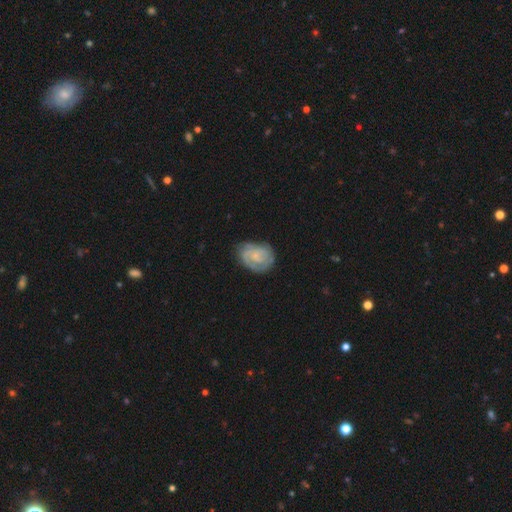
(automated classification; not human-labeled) Smooth or featured? Predicted: featured or disk (p=0.75). Edge-on disk? Predicted: no (p=0.98). Bar? Predicted: no (p=0.61). Spiral arms? Predicted: yes (p=0.93). Spiral winding? Predicted: tight (p=0.65). Spiral arm count? Predicted: 2 (p=0.51). Bulge size? Predicted: small (p=0.57). Merging? Predicted: none (p=0.71).